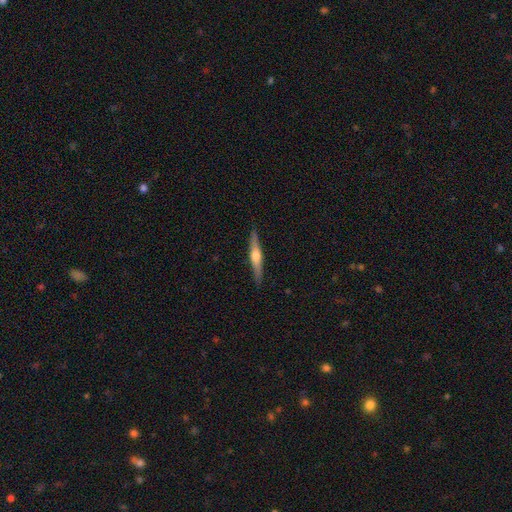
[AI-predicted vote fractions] This is likely a featured or disk galaxy (63%). It is clearly viewed edge-on (97%). Edge-on bulge: clearly rounded (89%). Merging: clearly none (90%).